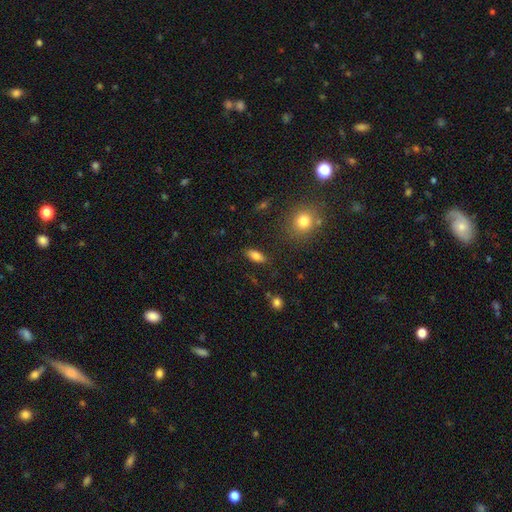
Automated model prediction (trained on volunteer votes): Morphology: type=smooth (82%); roundness=in between (86%); merging=none (84%).